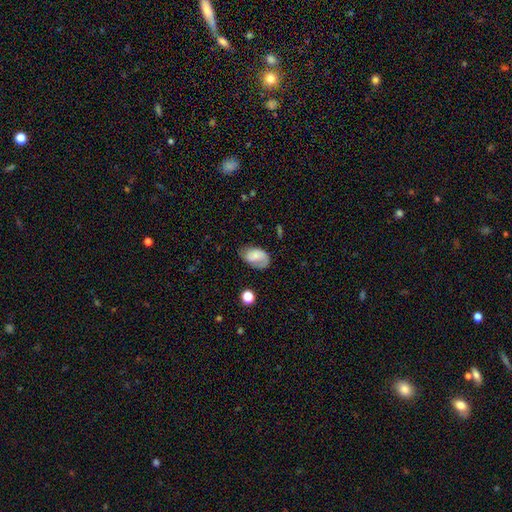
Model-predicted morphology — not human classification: Smooth or featured: smooth — 56% (featured or disk — 36%)
How rounded: in between — 88% (round — 11%)
Merging: none — 55% (minor disturbance — 29%)